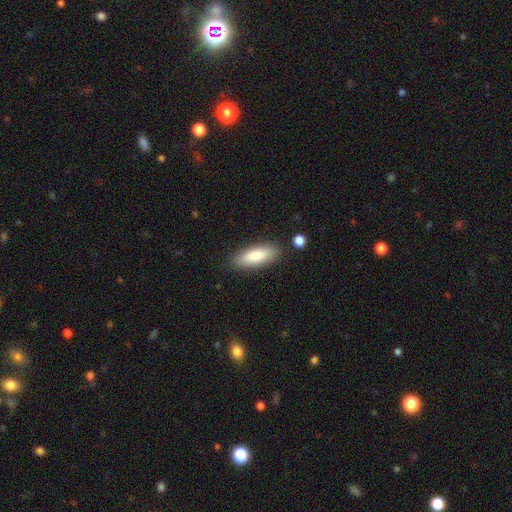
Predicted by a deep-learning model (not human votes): Smooth or featured? smooth (83%)
How rounded? in between (65%)
Merging? none (85%)